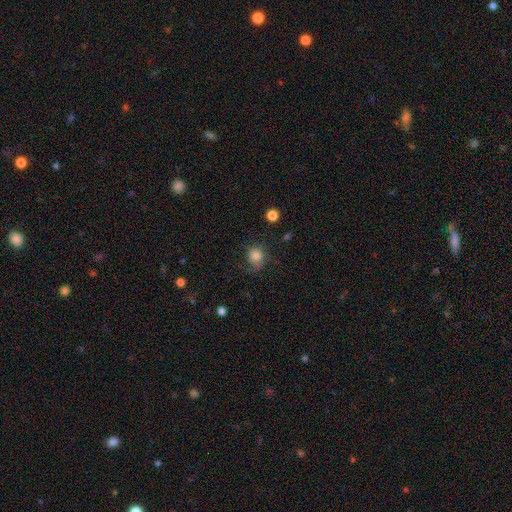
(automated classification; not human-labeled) Smooth or featured? Predicted: smooth (p=0.74). How rounded? Predicted: round (p=0.80). Merging? Predicted: none (p=0.57).